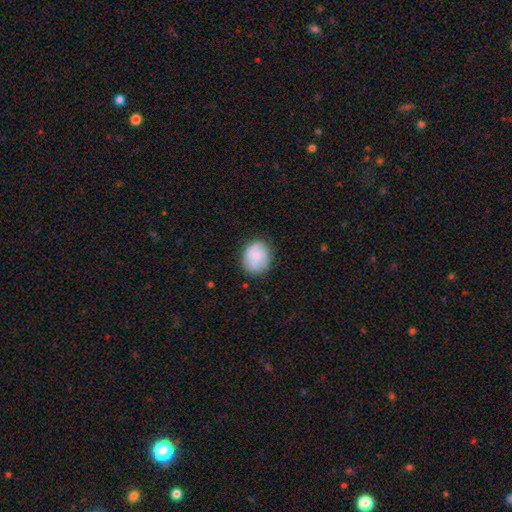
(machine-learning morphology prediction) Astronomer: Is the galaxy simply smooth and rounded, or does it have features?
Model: smooth — 72%.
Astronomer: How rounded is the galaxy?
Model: round — 61% (runner-up: in between, 38%).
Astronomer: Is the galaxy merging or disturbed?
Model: none — 76%.